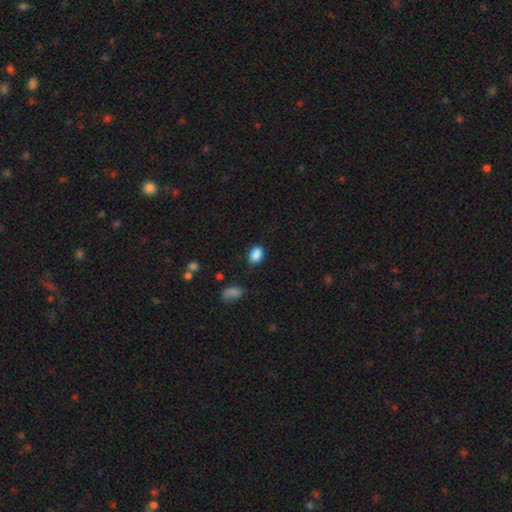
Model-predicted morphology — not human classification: Smooth or featured? Predicted: smooth (p=0.87). How rounded? Predicted: in between (p=0.69). Merging? Predicted: none (p=0.75).